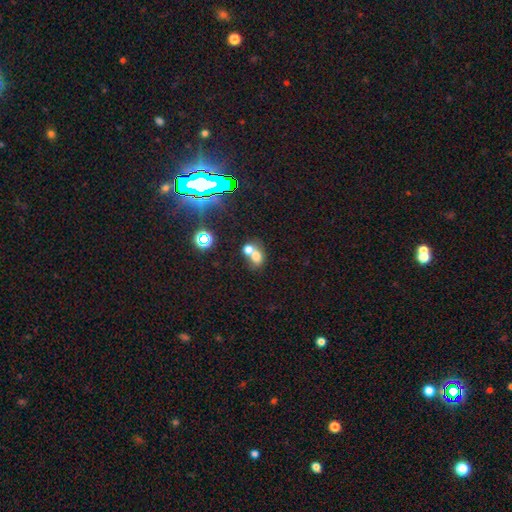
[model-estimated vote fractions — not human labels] Smooth or featured? smooth (68%)
How rounded? round (49%, tied with in between)
Merging? merger (65%)